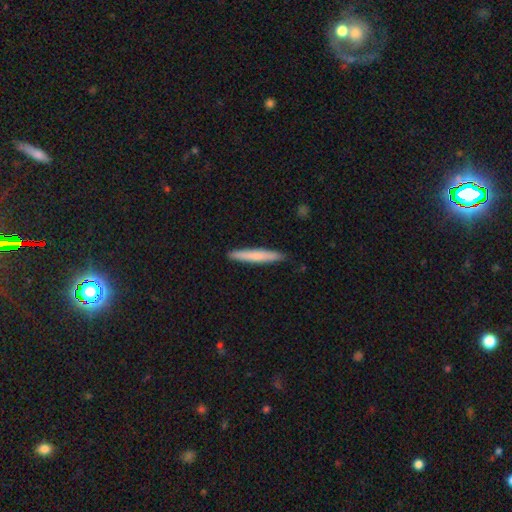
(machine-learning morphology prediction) The model was most divided on "smooth or featured": smooth: 73%, featured or disk: 22%, star or artifact: 5%. More confident: how rounded — cigar-shaped (95%); merging — none (90%).